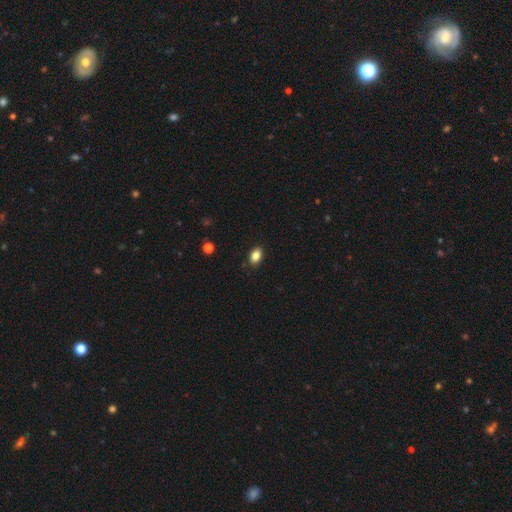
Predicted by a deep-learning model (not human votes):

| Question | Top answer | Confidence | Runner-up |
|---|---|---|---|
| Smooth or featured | smooth | 84% | star or artifact (9%) |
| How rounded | in between | 84% | round (15%) |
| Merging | none | 88% | minor disturbance (9%) |